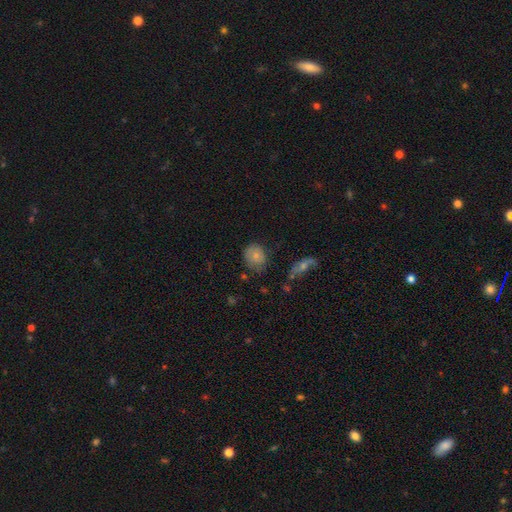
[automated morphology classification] This appears to be a smooth galaxy with no disk features (68%) that is round (63%). Merging: none (62%).